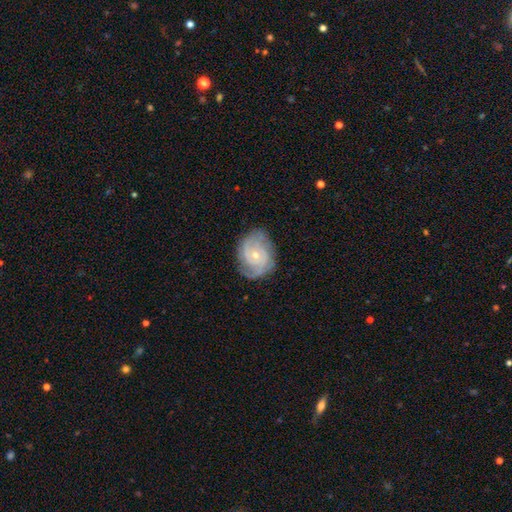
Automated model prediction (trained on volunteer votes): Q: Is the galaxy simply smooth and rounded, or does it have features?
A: featured or disk — 86%.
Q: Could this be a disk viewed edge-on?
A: no — 98%.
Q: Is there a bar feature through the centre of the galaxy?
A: no — 71%.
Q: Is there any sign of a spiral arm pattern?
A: yes — 97%.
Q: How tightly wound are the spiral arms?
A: tight — 62%.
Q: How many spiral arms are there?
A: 2 — 47%.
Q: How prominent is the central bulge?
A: small — 67%.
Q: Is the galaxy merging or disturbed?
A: none — 77%.